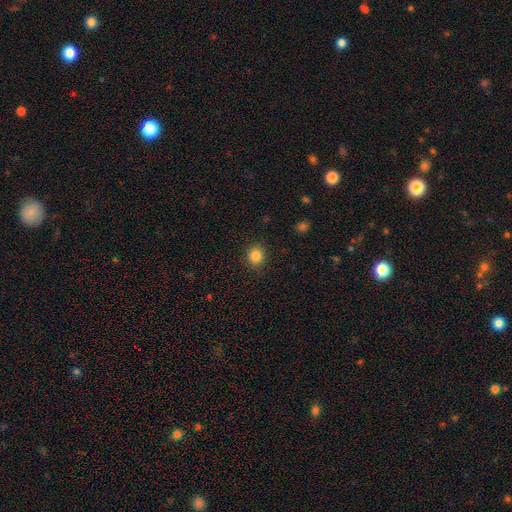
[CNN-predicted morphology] Smooth or featured: smooth — 84% (star or artifact — 11%)
How rounded: round — 76% (in between — 23%)
Merging: none — 88% (minor disturbance — 8%)